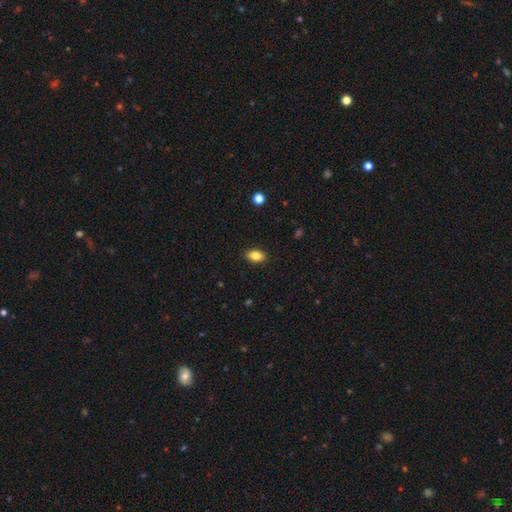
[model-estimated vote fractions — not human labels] smooth 84%, star or artifact 9%, featured or disk 7%. Down the decision tree: how rounded — in between (88%); merging — none (89%).